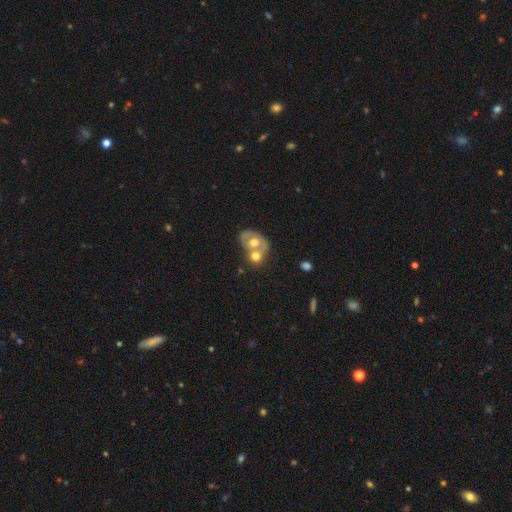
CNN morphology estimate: smooth 50%, featured or disk 42%, star or artifact 8%. Down the decision tree: merging — merger (57%).